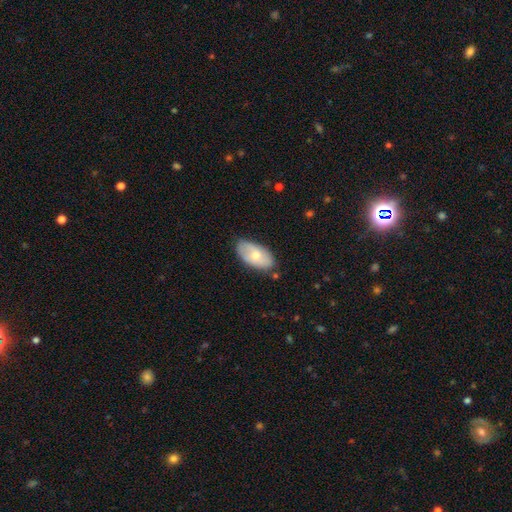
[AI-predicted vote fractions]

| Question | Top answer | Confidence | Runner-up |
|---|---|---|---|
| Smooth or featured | smooth | 61% | featured or disk (33%) |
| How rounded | in between | 93% | round (4%) |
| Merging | none | 75% | minor disturbance (19%) |